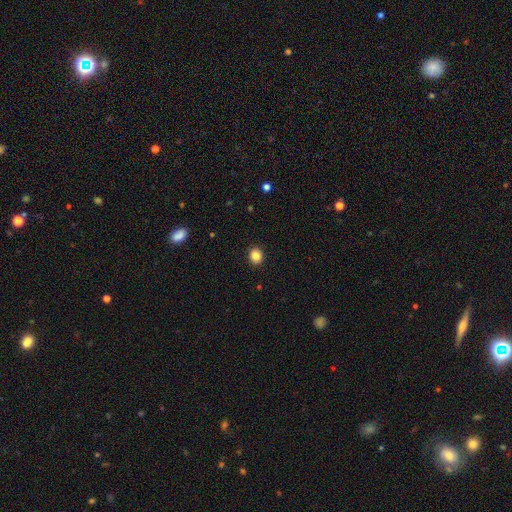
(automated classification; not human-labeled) smooth-or-featured: smooth: 85% | star or artifact: 10% | featured or disk: 5%
  how-rounded: round: 75% | in between: 24% | cigar-shaped: 1%
  merging: none: 91% | minor disturbance: 6% | major disturbance: 2% | merger: 1%